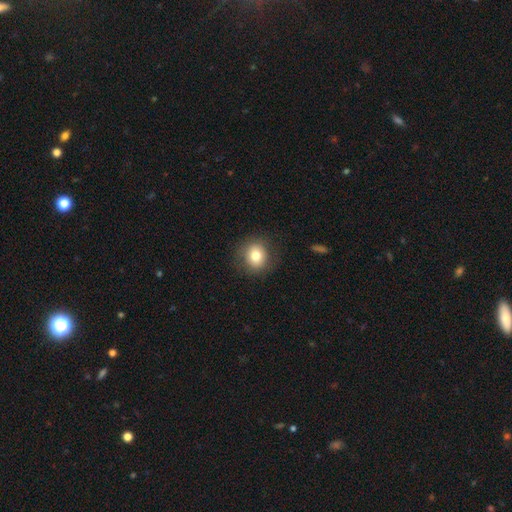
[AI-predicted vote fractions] Overall: smooth (78%). How rounded: round (83%). Merging: none (86%).